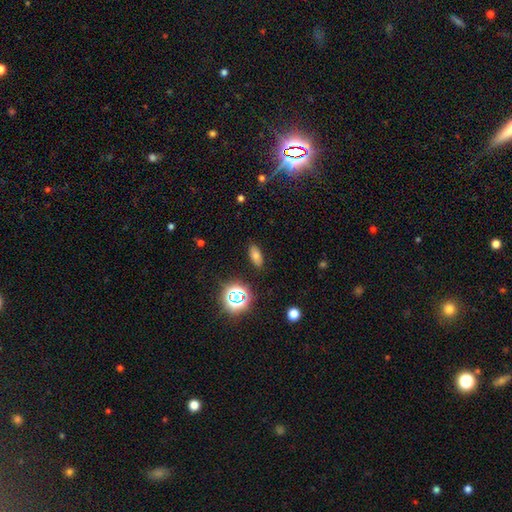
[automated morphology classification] Smooth or featured?
  - smooth: 65% *
  - star or artifact: 22%
  - featured or disk: 12%
How rounded?
  - in between: 85% *
  - round: 7%
  - cigar-shaped: 7%
Merging?
  - none: 87% *
  - minor disturbance: 9%
  - major disturbance: 3%
  - merger: 2%